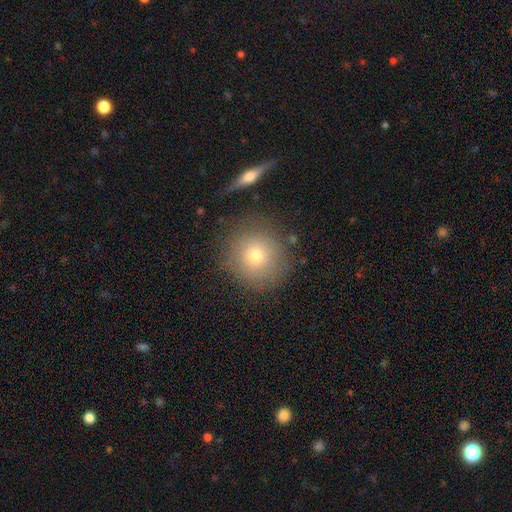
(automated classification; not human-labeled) Smooth or featured? smooth (72%)
How rounded? round (93%)
Merging? none (82%)